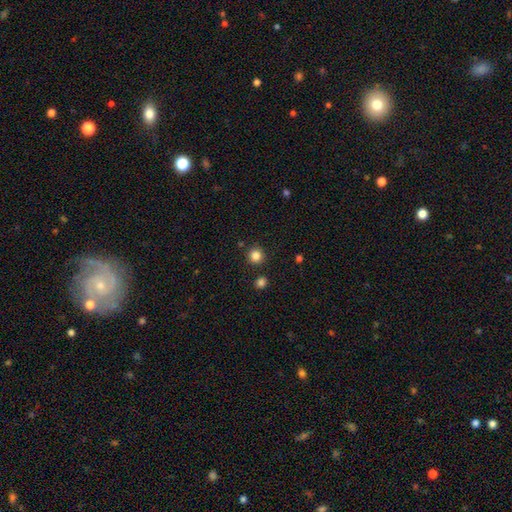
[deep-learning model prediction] This is clearly a smooth galaxy (84%). How rounded: clearly round (93%). Merging: clearly none (88%).